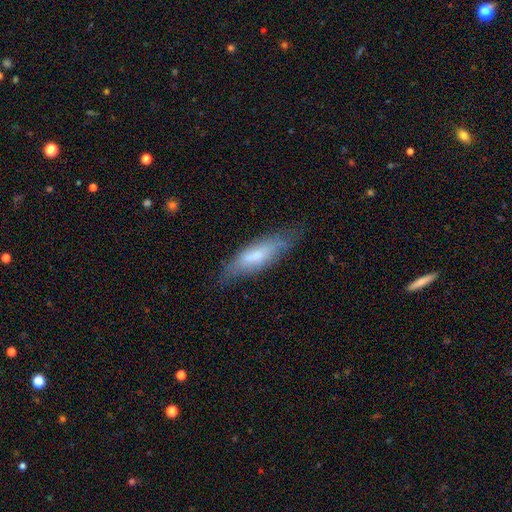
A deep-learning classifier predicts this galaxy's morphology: Smooth or featured?
  - smooth: 58% *
  - featured or disk: 35%
  - star or artifact: 7%
How rounded?
  - cigar-shaped: 54% *
  - in between: 45%
  - round: 2%
Merging?
  - none: 67% *
  - minor disturbance: 24%
  - major disturbance: 8%
  - merger: 2%